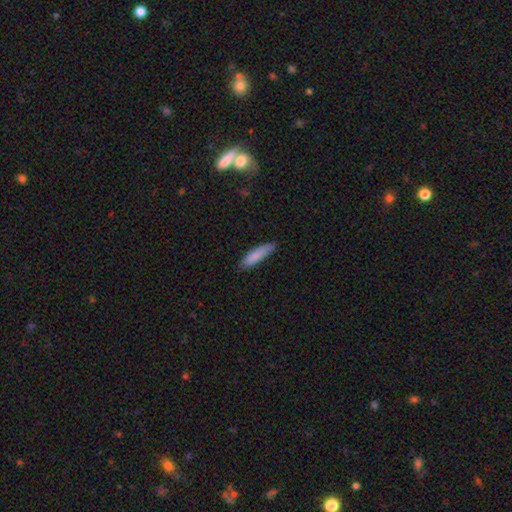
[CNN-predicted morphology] A smooth galaxy with no disk features (85%) that is cigar-shaped (67%). Merging: none (80%).